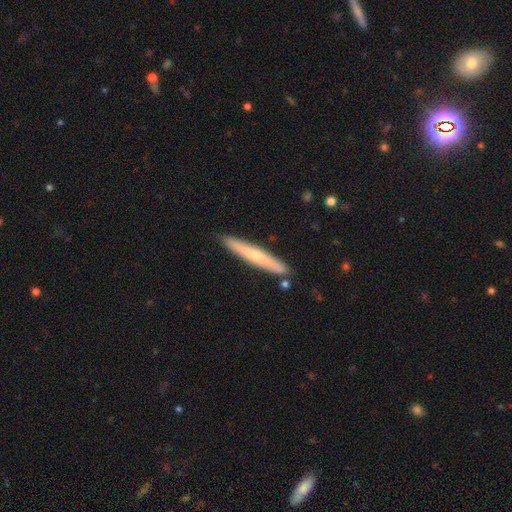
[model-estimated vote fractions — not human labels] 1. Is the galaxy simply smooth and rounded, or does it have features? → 52% smooth, 43% featured or disk, 6% star or artifact.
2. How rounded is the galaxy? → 94% cigar-shaped, 4% in between, 1% round.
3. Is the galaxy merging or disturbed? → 88% none, 8% minor disturbance, 2% merger, 1% major disturbance.